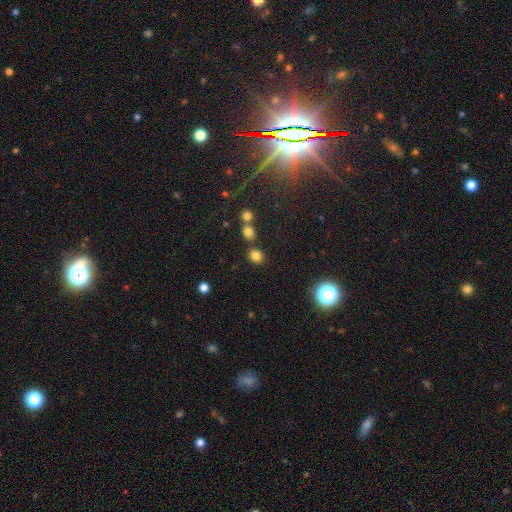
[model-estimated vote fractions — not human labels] smooth_or_featured: smooth (p=0.79) [alt: star or artifact p=0.16]
how_rounded: round (p=0.71) [alt: in between p=0.28]
merging: none (p=0.77) [alt: merger p=0.11]